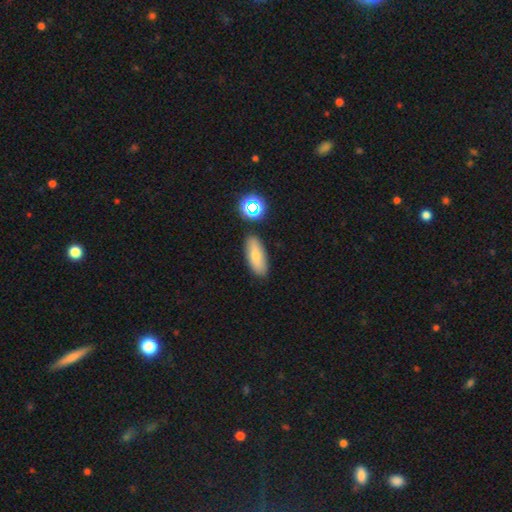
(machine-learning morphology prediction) Smooth or featured? smooth (68%)
How rounded? in between (75%)
Merging? none (83%)